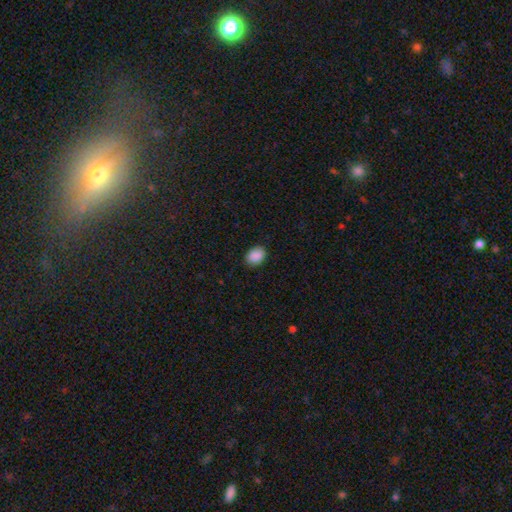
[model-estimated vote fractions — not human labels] Overall: smooth (90%). How rounded: in between (70%). Merging: none (89%).